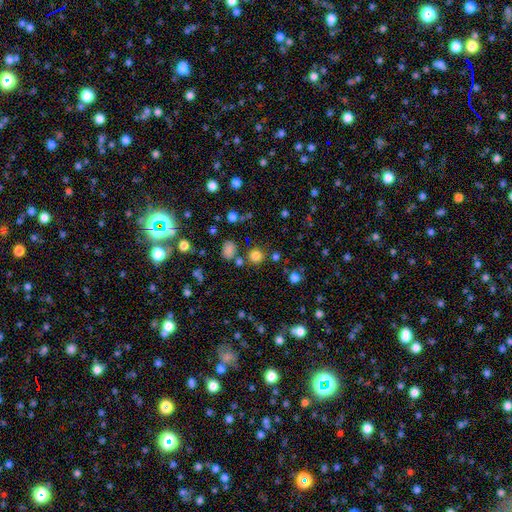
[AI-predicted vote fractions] Q: Smooth or featured?
A: smooth (79%); runner-up: star or artifact (17%)
Q: How rounded?
A: round (92%); runner-up: in between (7%)
Q: Merging?
A: none (81%); runner-up: merger (9%)